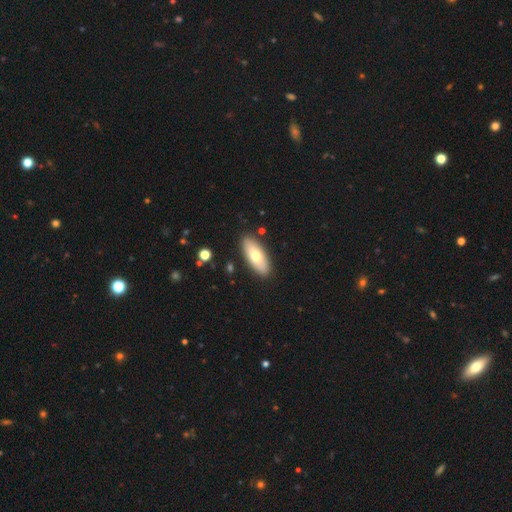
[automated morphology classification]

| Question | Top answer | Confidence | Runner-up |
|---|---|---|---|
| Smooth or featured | smooth | 68% | featured or disk (26%) |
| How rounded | in between | 80% | cigar-shaped (18%) |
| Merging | none | 88% | minor disturbance (8%) |